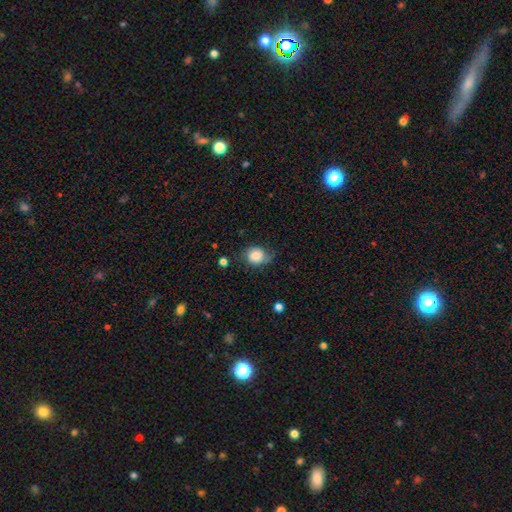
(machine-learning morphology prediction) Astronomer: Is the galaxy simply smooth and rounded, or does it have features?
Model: smooth — 74%.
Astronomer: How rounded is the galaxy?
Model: round — 67%.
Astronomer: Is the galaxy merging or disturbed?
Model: none — 53% (runner-up: minor disturbance, 32%).